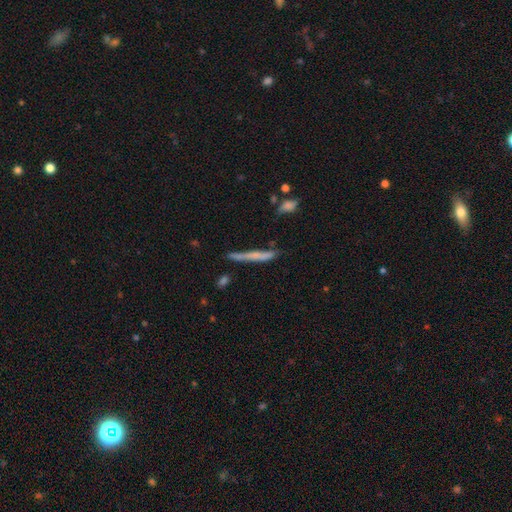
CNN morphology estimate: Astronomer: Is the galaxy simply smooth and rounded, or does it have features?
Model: smooth — 53% (runner-up: featured or disk, 39%).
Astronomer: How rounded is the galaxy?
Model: cigar-shaped — 95%.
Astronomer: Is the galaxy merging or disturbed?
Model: none — 72%.